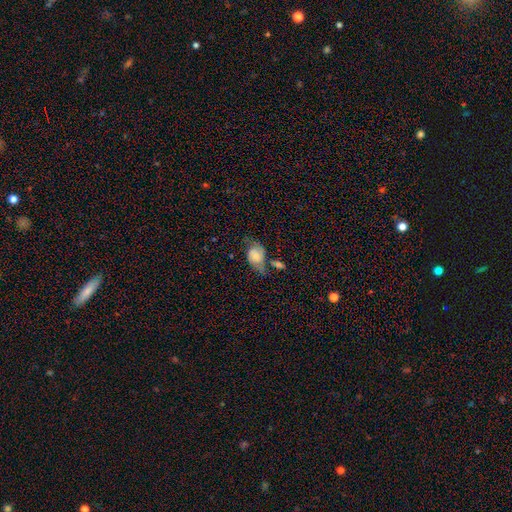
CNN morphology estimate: smooth-or-featured: smooth: 53% | featured or disk: 38% | star or artifact: 9%
  how-rounded: in between: 74% | round: 24% | cigar-shaped: 2%
  merging: none: 33% | minor disturbance: 31% | major disturbance: 22% | merger: 15%